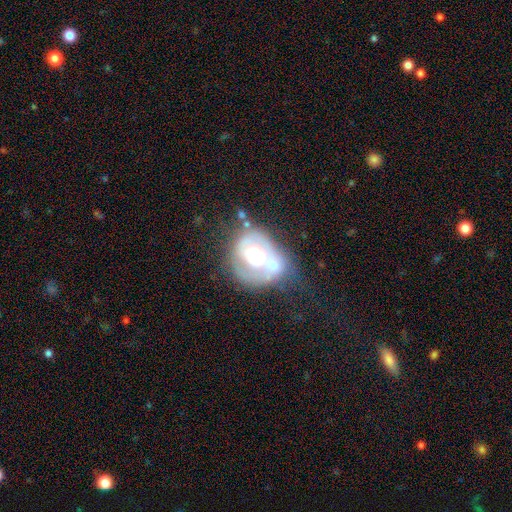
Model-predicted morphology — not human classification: A featured or disk galaxy (53%) with no bar (81%), no spiral arms (78%) and a moderate central bulge (47%).

Vote fractions:
- Smooth or featured? featured or disk: 53% / smooth: 37% / star or artifact: 10%
- Edge-on disk? no: 95% / yes: 5%
- Bar? no: 81% / weak: 14% / strong: 5%
- Spiral arms? no: 78% / yes: 22%
- Bulge size? moderate: 47% / large: 38% / dominant: 8% / small: 4% / none: 3%
- Merging? merger: 36% / none: 32% / minor disturbance: 16% / major disturbance: 16%